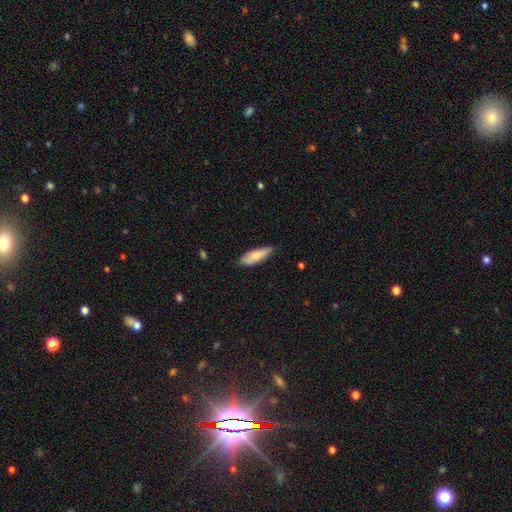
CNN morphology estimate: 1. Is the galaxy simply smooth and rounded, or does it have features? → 77% smooth, 17% featured or disk, 5% star or artifact.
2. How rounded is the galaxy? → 51% in between, 48% cigar-shaped, 2% round.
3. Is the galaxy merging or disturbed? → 77% none, 19% minor disturbance, 2% major disturbance, 1% merger.